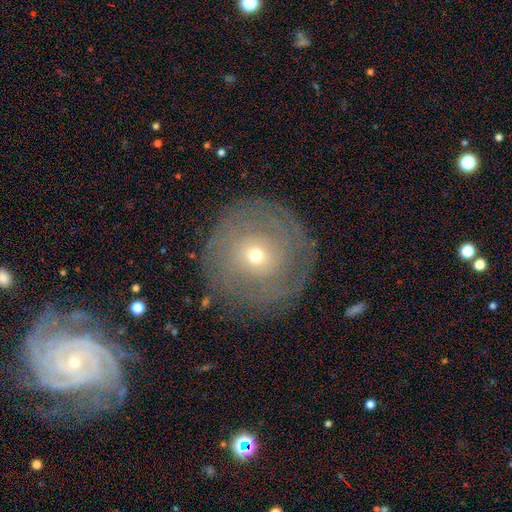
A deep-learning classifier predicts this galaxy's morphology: type=featured or disk (54%); edge-on=no (95%); bar=no (82%); spiral arms=yes (59%); bulge=small (65%); merging=none (83%).